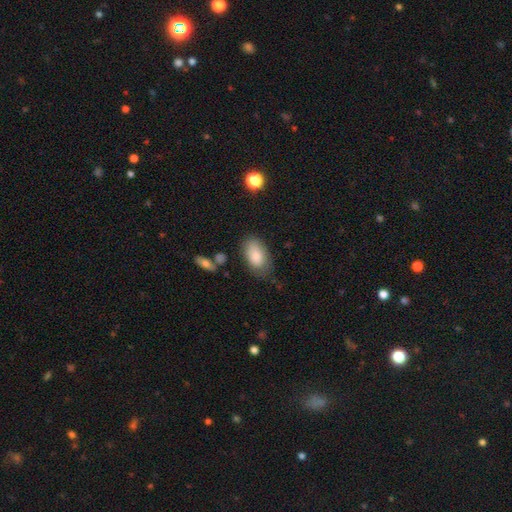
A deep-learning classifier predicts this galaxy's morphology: This appears to be a smooth galaxy with no disk features (83%) that is in between round and cigar-shaped (93%). Merging: none (68%).